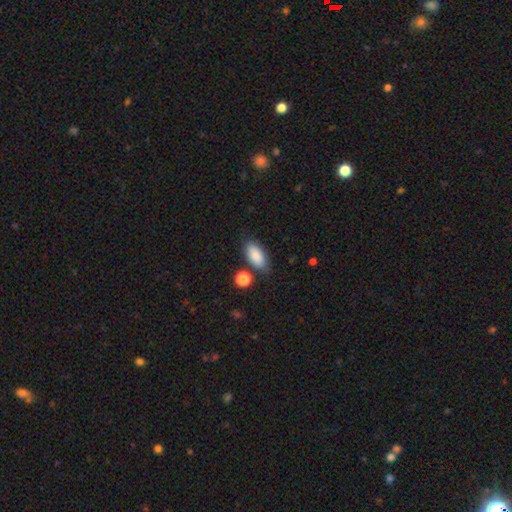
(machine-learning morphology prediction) Overall: smooth (88%). How rounded: in between (90%). Merging: none (74%).